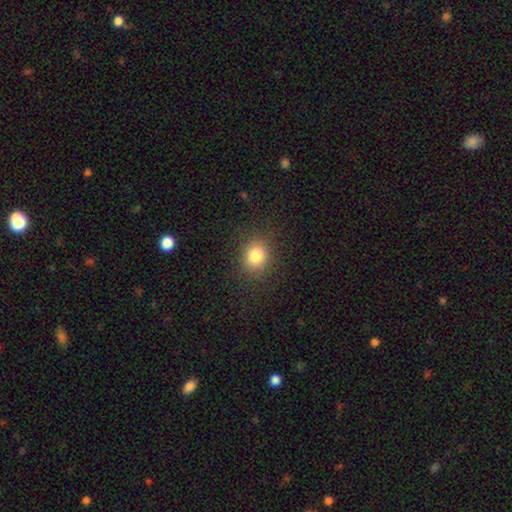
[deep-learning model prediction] smooth_or_featured: smooth (p=0.82) [alt: star or artifact p=0.11]
how_rounded: round (p=0.66) [alt: in between p=0.33]
merging: none (p=0.86) [alt: minor disturbance p=0.09]